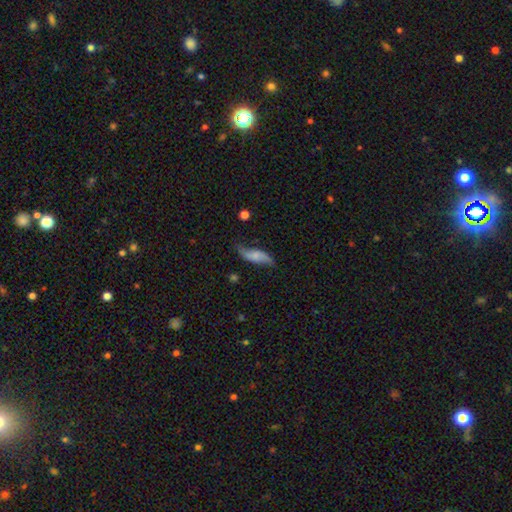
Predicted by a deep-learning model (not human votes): Q: Smooth or featured?
A: featured or disk (57%); runner-up: smooth (36%)
Q: Edge-on disk?
A: no (85%); runner-up: yes (15%)
Q: Merging?
A: none (62%); runner-up: minor disturbance (26%)